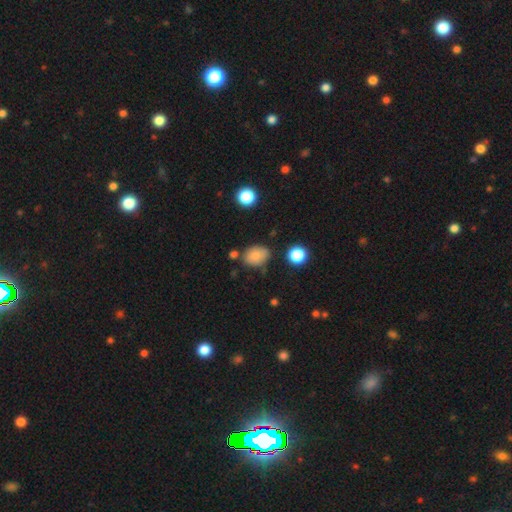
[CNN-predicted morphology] type=smooth (83%); roundness=in between (69%); merging=none (68%).